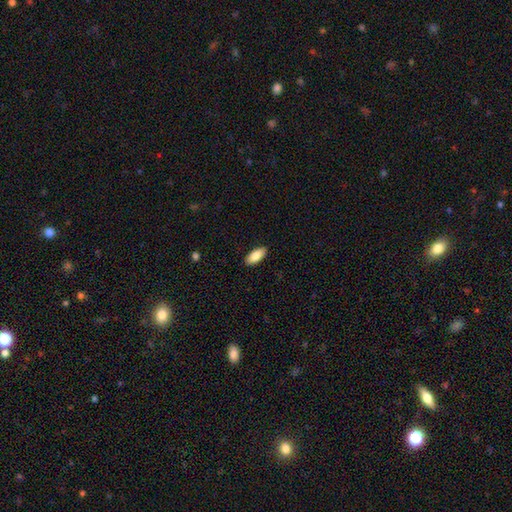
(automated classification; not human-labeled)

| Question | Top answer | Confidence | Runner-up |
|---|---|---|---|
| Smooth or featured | smooth | 85% | featured or disk (9%) |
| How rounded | in between | 88% | cigar-shaped (10%) |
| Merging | none | 90% | minor disturbance (8%) |